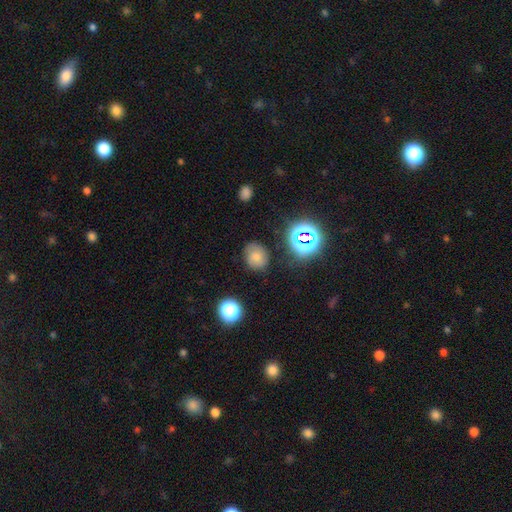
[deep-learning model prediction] Q: Smooth or featured?
A: smooth (59%); runner-up: star or artifact (24%)
Q: How rounded?
A: round (60%); runner-up: in between (39%)
Q: Merging?
A: none (75%); runner-up: minor disturbance (18%)